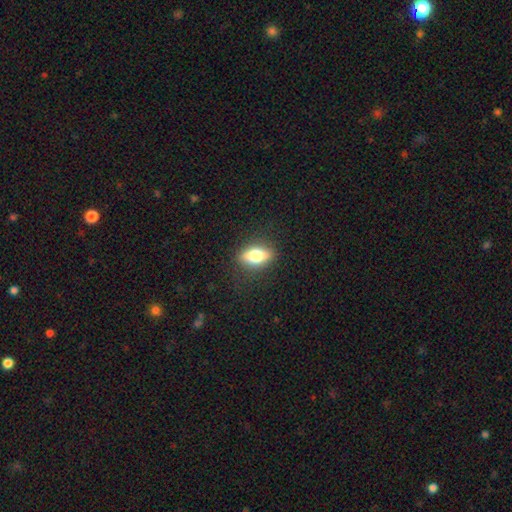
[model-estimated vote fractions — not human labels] smooth_or_featured: smooth (p=0.69) [alt: featured or disk p=0.22]
how_rounded: in between (p=0.79) [alt: round p=0.11]
merging: none (p=0.86) [alt: minor disturbance p=0.10]